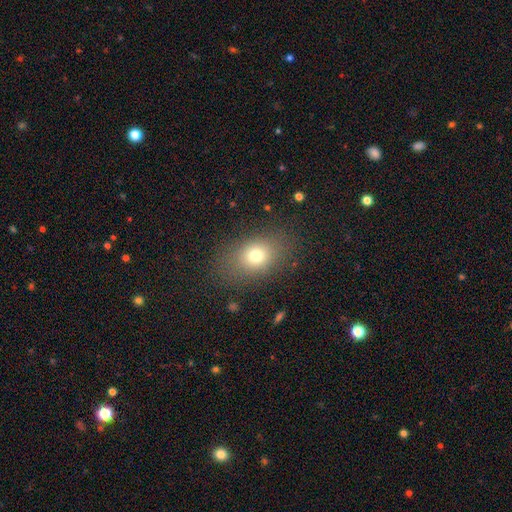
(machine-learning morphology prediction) smooth_or_featured: smooth (p=0.75) [alt: star or artifact p=0.13]
how_rounded: in between (p=0.69) [alt: round p=0.29]
merging: none (p=0.81) [alt: minor disturbance p=0.12]